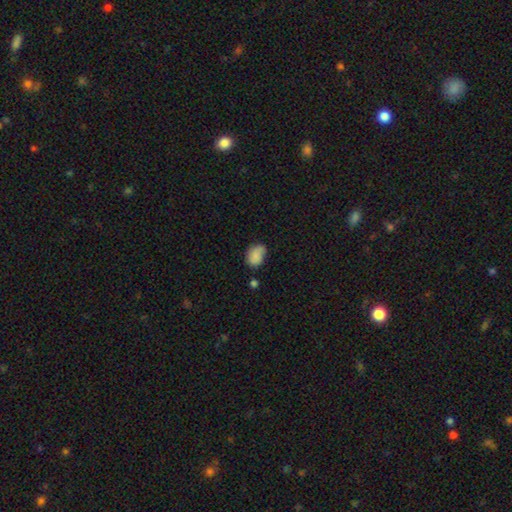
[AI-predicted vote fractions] A smooth galaxy with no disk features (83%) that is in between round and cigar-shaped (74%).

Vote fractions:
- Smooth or featured? smooth: 83% / star or artifact: 9% / featured or disk: 8%
- How rounded? in between: 74% / round: 25% / cigar-shaped: 1%
- Merging? none: 57% / minor disturbance: 31% / major disturbance: 7% / merger: 5%